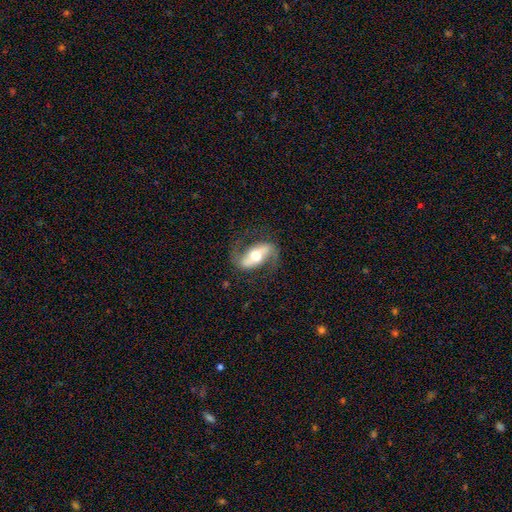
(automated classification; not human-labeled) This is likely a featured or disk galaxy (80%). It is clearly not viewed edge-on (90%). Bar: possibly strong (53%). Spiral arm pattern: clearly yes (89%). Spiral arm count: clearly 2 (91%). Spiral winding: possibly loose (47%). Central bulge: likely moderate (62%). Merging: likely none (74%).